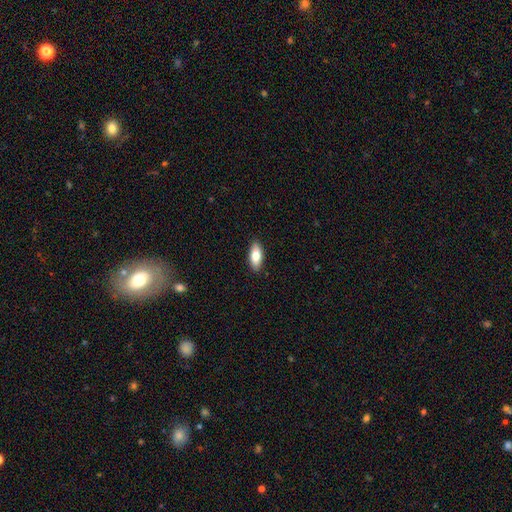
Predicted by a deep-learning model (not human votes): Overall: smooth (80%). How rounded: in between (81%). Merging: none (89%).